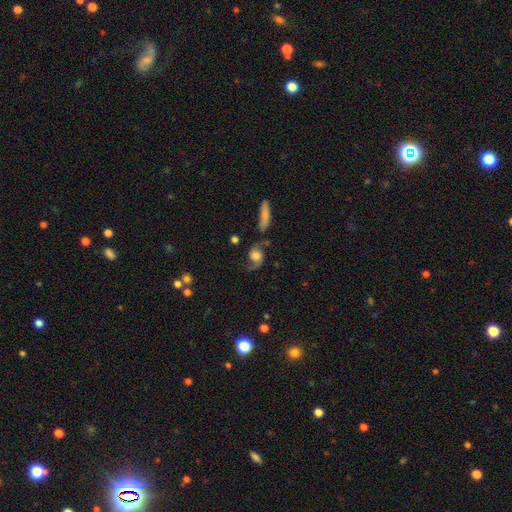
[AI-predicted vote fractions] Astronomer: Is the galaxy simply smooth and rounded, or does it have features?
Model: featured or disk — 73%.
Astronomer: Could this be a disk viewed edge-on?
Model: no — 95%.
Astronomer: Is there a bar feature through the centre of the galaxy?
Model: no — 70%.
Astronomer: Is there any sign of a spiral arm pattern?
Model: yes — 94%.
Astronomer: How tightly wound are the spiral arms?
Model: loose — 68%.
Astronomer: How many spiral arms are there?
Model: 2 — 86%.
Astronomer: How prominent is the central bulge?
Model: large — 42% (runner-up: moderate, 34%).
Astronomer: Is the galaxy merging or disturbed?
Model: none — 58%.